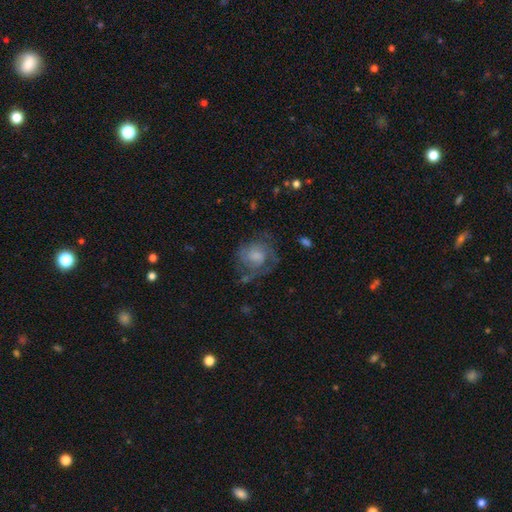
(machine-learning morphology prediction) The model was most divided on "spiral winding": tight: 43%, medium: 41%, loose: 15%. Remaining: edge-on disk — no (98%); spiral arms — yes (87%); bar — no (68%); smooth or featured — featured or disk (64%); merging — none (56%); spiral arm count — 2 (39%); bulge size — moderate (30%).